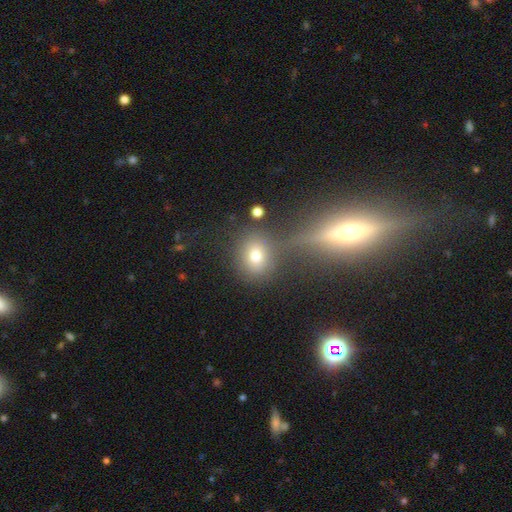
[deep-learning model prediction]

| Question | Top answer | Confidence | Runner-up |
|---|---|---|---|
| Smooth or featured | smooth | 69% | star or artifact (17%) |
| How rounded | round | 69% | in between (28%) |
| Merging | none | 69% | merger (14%) |